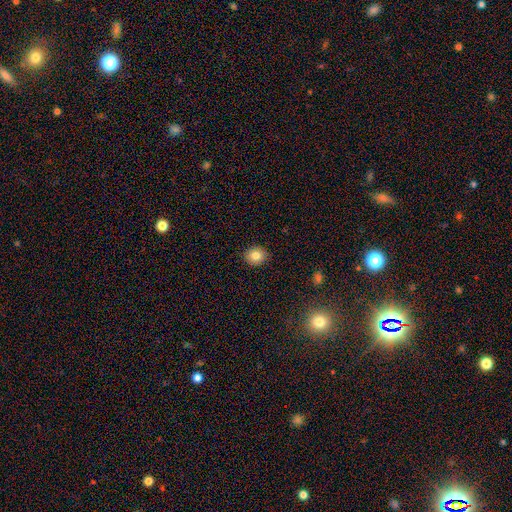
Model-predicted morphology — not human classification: Q: Smooth or featured?
A: smooth (82%); runner-up: star or artifact (10%)
Q: How rounded?
A: round (78%); runner-up: in between (21%)
Q: Merging?
A: none (90%); runner-up: minor disturbance (7%)